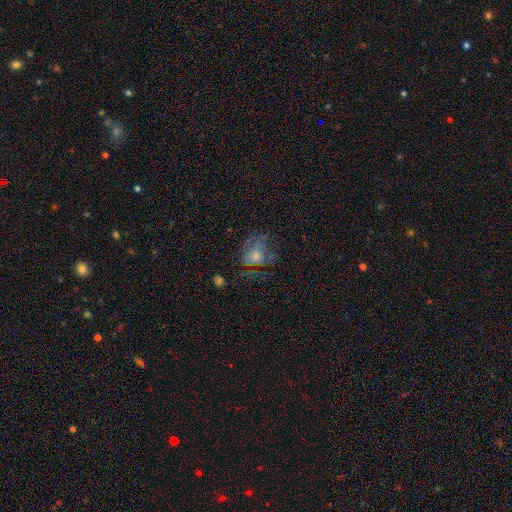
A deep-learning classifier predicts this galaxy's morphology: Smooth or featured? Predicted: featured or disk (p=0.52). Edge-on disk? Predicted: no (p=0.96). Merging? Predicted: none (p=0.49).